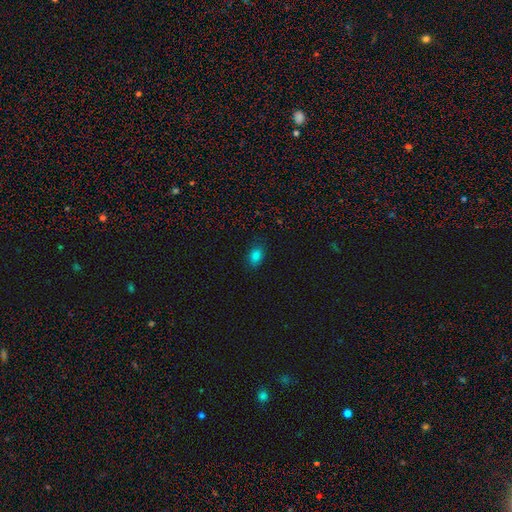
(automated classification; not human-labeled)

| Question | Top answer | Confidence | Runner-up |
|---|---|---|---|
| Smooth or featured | smooth | 83% | star or artifact (13%) |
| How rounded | in between | 85% | round (13%) |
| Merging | none | 83% | minor disturbance (13%) |